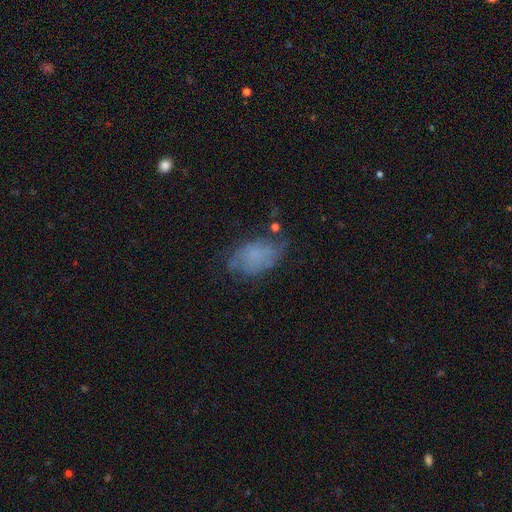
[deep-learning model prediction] Smooth or featured?
  - smooth: 58% *
  - featured or disk: 30%
  - star or artifact: 12%
How rounded?
  - in between: 88% *
  - round: 10%
  - cigar-shaped: 2%
Merging?
  - none: 51% *
  - minor disturbance: 29%
  - major disturbance: 16%
  - merger: 3%